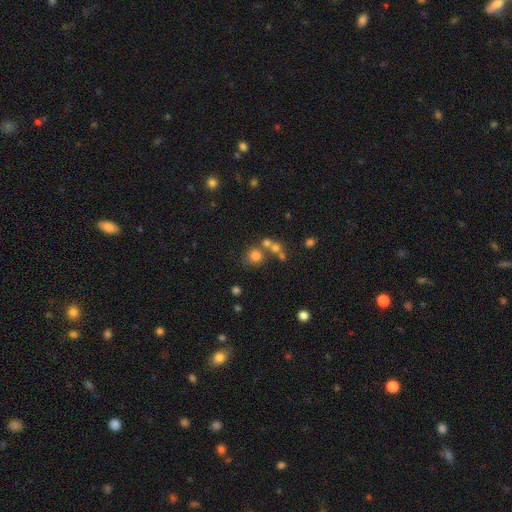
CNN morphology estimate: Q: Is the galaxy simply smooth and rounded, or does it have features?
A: smooth — 73%.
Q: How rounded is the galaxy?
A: round — 88%.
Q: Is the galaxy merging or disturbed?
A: none — 61%.